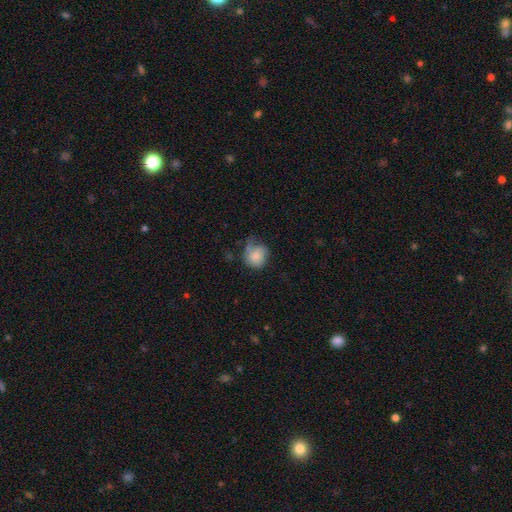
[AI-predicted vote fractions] A smooth galaxy with no disk features (75%) that is round (67%). Merging: none (37%).